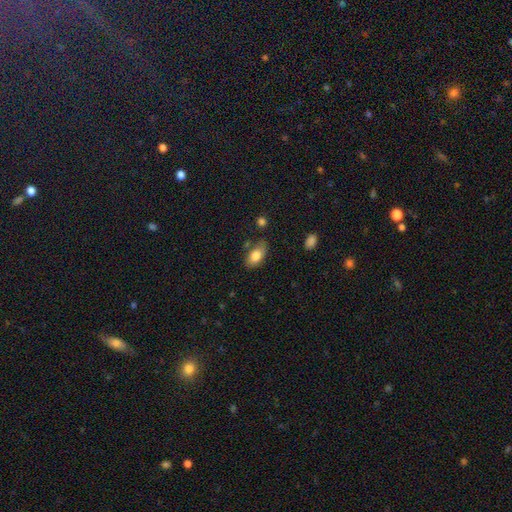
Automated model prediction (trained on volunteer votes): Overall: smooth (81%). How rounded: in between (91%). Merging: none (67%).